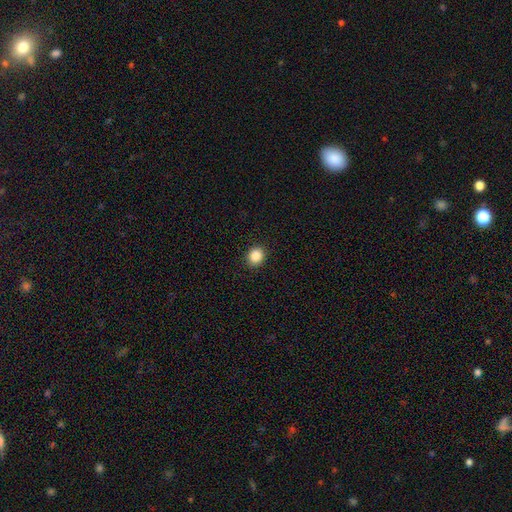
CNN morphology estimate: Q: Smooth or featured?
A: smooth (87%); runner-up: star or artifact (9%)
Q: How rounded?
A: round (68%); runner-up: in between (31%)
Q: Merging?
A: none (92%); runner-up: minor disturbance (6%)